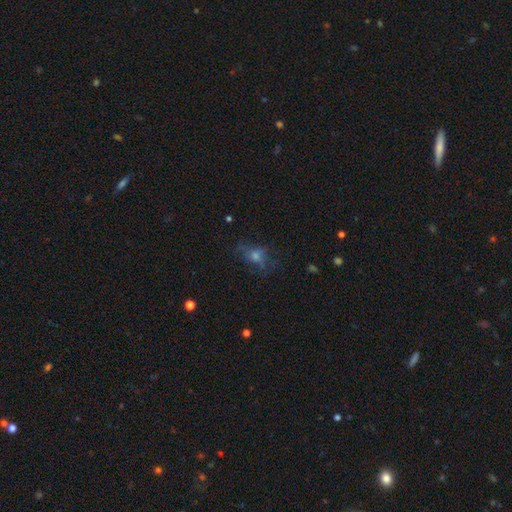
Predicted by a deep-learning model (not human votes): Smooth or featured?
  - smooth: 45% *
  - featured or disk: 29%
  - star or artifact: 26%
Merging?
  - none: 58% *
  - minor disturbance: 21%
  - major disturbance: 19%
  - merger: 2%